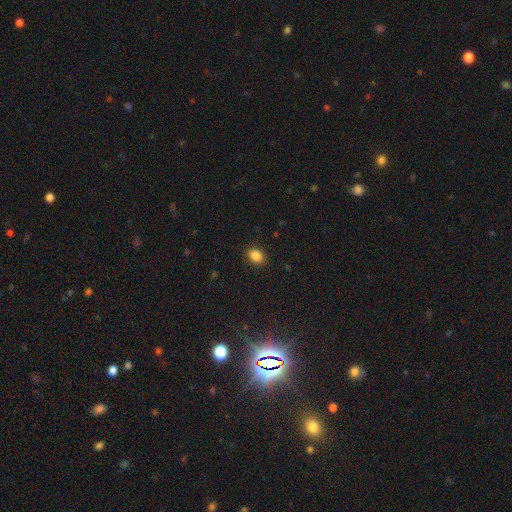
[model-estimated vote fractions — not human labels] This is clearly a smooth galaxy (86%). How rounded: possibly in between (55%). Merging: clearly none (88%).